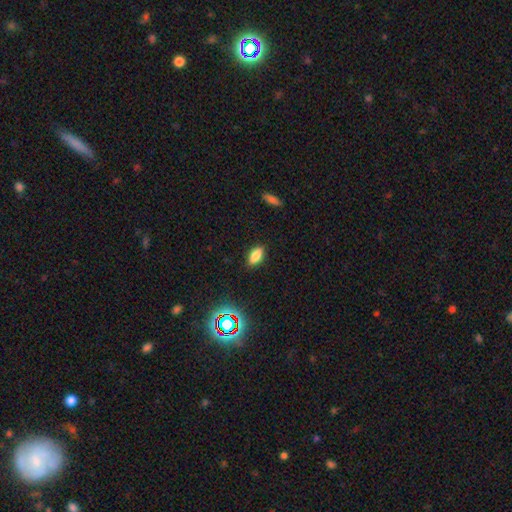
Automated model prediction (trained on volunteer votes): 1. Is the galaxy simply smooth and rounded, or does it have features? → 81% smooth, 12% star or artifact, 7% featured or disk.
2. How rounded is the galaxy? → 89% in between, 6% cigar-shaped, 5% round.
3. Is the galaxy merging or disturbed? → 87% none, 10% minor disturbance, 2% major disturbance, 1% merger.